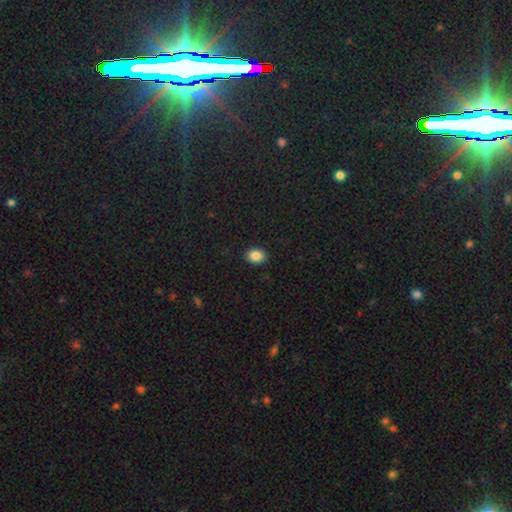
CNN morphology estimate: smooth-or-featured: smooth: 86% | star or artifact: 9% | featured or disk: 4%
  how-rounded: in between: 59% | round: 40% | cigar-shaped: 1%
  merging: none: 91% | minor disturbance: 7% | major disturbance: 2% | merger: 1%